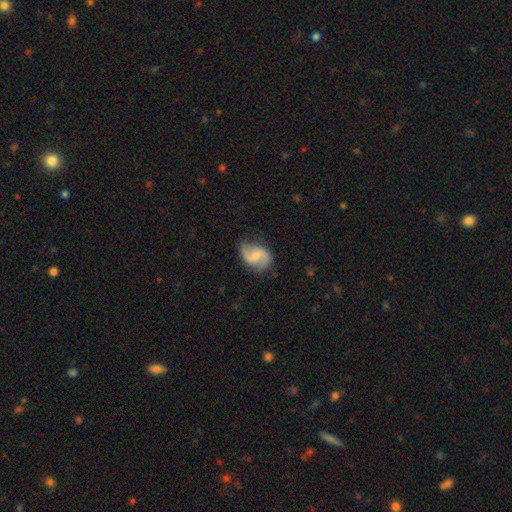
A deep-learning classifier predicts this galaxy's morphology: smooth-or-featured: featured or disk: 76% | smooth: 19% | star or artifact: 6%
  disk-edge-on: no: 98% | yes: 2%
    bar: weak: 53% | no: 33% | strong: 13%
    has-spiral-arms: yes: 95% | no: 5%
      spiral-winding: loose: 48% | medium: 41% | tight: 11%
      spiral-arm-count: 2: 91% | can't tell: 4% | 1: 3% | 3: 1% | 4: 1% | more than 4: 1%
    bulge-size: small: 46% | moderate: 29% | none: 22% | large: 3% | dominant: 1%
  merging: none: 74% | minor disturbance: 19% | major disturbance: 6% | merger: 1%